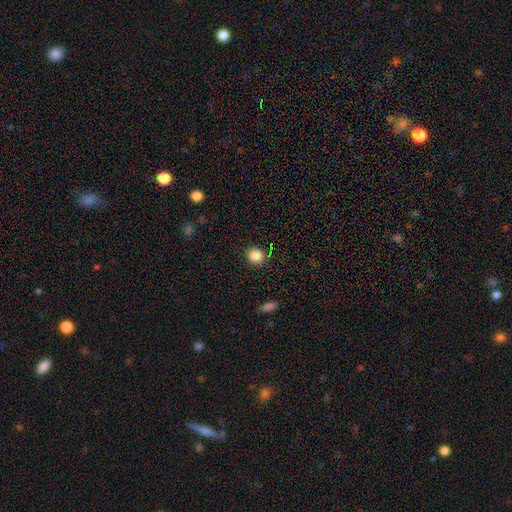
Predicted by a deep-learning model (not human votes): smooth 84%, star or artifact 11%, featured or disk 5%. Down the decision tree: how rounded — round (86%); merging — none (89%).